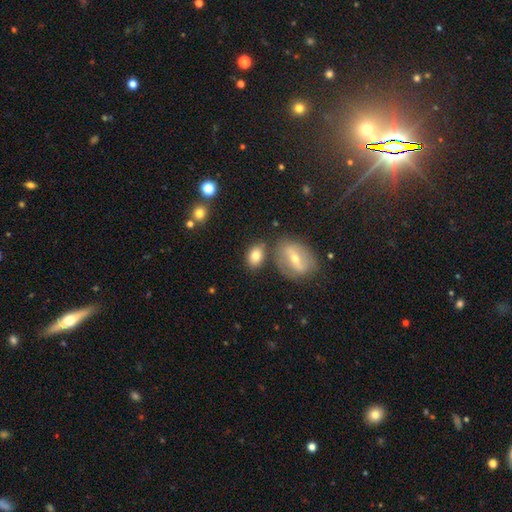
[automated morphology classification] smooth_or_featured: smooth (p=0.76) [alt: featured or disk p=0.16]
how_rounded: in between (p=0.77) [alt: round p=0.21]
merging: none (p=0.69) [alt: merger p=0.14]